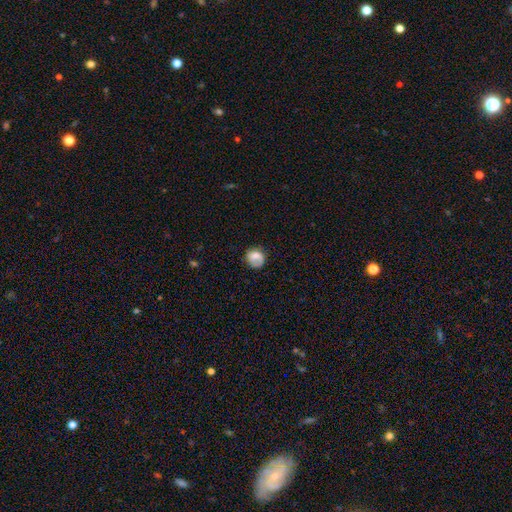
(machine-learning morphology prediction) This appears to be a smooth galaxy with no disk features (68%) that is round (73%). Merging: none (63%).